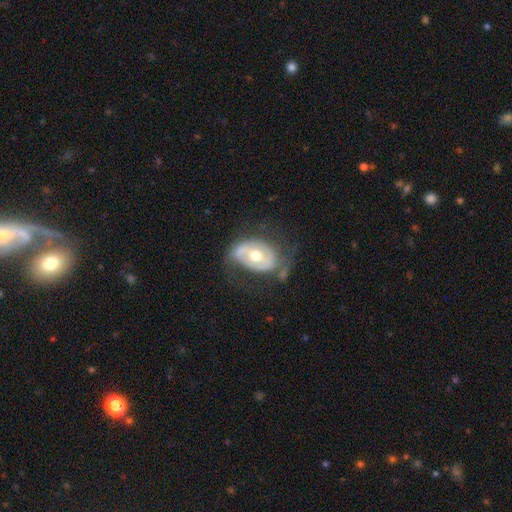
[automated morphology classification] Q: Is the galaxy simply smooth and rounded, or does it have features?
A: featured or disk — 67%.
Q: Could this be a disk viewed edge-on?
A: no — 94%.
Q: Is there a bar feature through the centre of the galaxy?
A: no — 56%.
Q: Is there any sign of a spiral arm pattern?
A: yes — 51%.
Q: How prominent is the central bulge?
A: moderate — 76%.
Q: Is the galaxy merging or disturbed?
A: none — 49%.